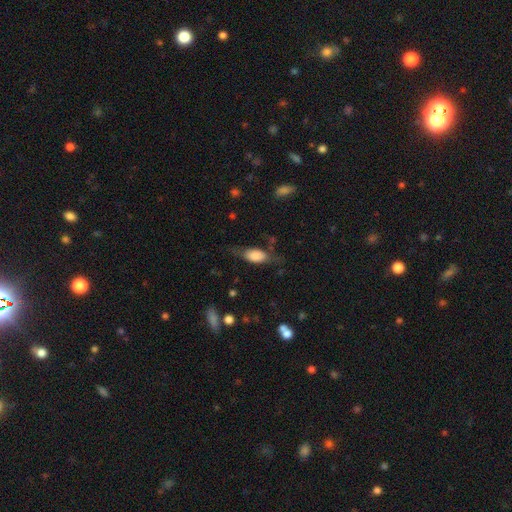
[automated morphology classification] smooth 71%, featured or disk 22%, star or artifact 7%. Down the decision tree: how rounded — in between (82%); merging — none (61%).